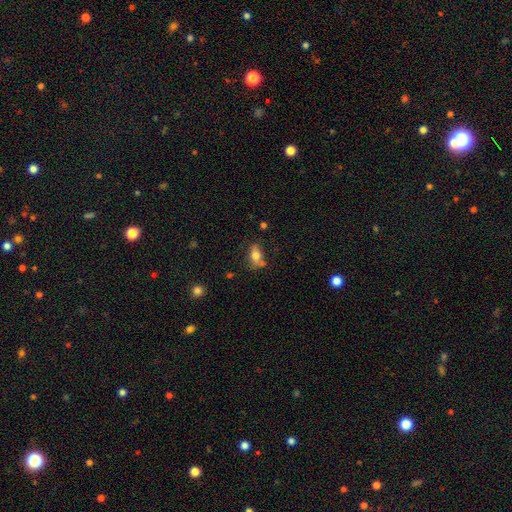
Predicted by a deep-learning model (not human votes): The model was most divided on "merging": none: 50%, minor disturbance: 23%, merger: 16%, major disturbance: 10%. More confident: how rounded — in between (79%); smooth or featured — smooth (69%).